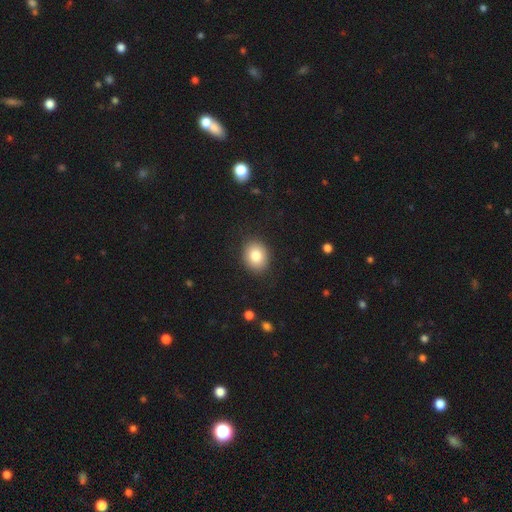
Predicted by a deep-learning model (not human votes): Q: Smooth or featured?
A: smooth (82%); runner-up: star or artifact (9%)
Q: How rounded?
A: round (57%); runner-up: in between (42%)
Q: Merging?
A: none (88%); runner-up: minor disturbance (8%)